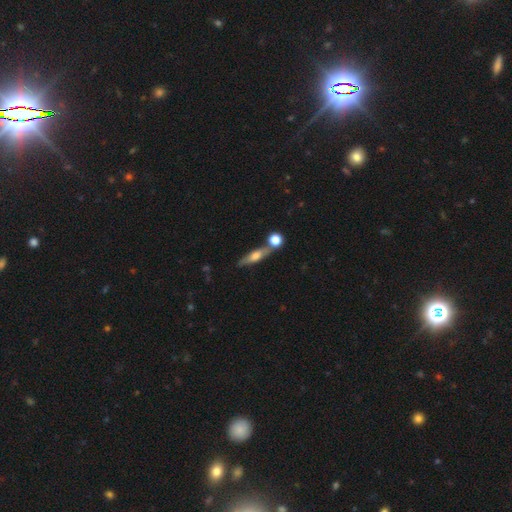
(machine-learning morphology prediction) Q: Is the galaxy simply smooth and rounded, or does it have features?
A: featured or disk — 48%.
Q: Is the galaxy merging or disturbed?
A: none — 65%.